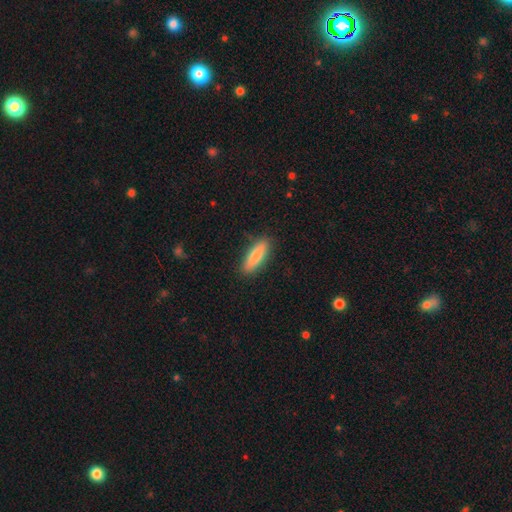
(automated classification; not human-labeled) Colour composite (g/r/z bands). It shows a smooth galaxy with no disk features (84%) that is cigar-shaped (57%). Merging: none (87%).